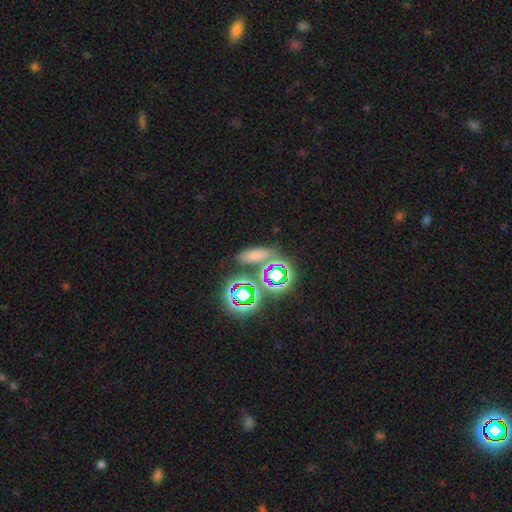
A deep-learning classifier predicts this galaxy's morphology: This appears to be a smooth galaxy with no disk features (55%) that is in between round and cigar-shaped (61%). Merging: none (74%).